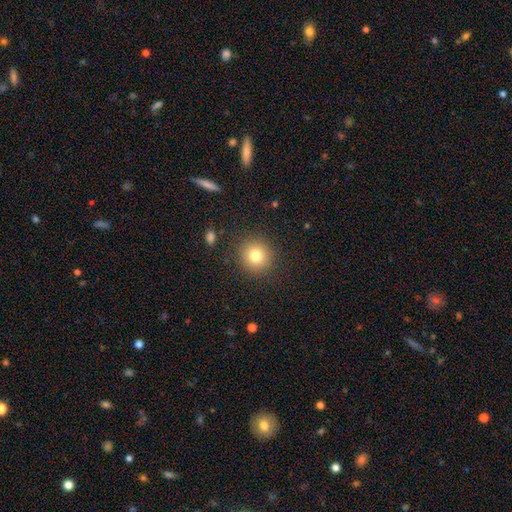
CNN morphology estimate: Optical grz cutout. It shows a smooth galaxy with no disk features (78%) that is round (92%). Merging: none (90%).